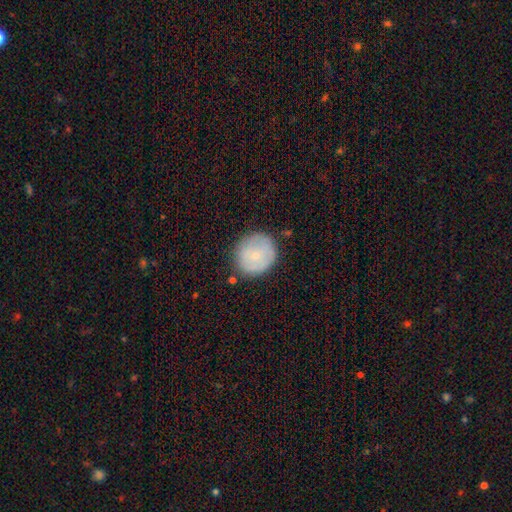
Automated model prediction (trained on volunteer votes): This is likely a smooth galaxy (70%). How rounded: clearly round (87%). Merging: likely none (78%).